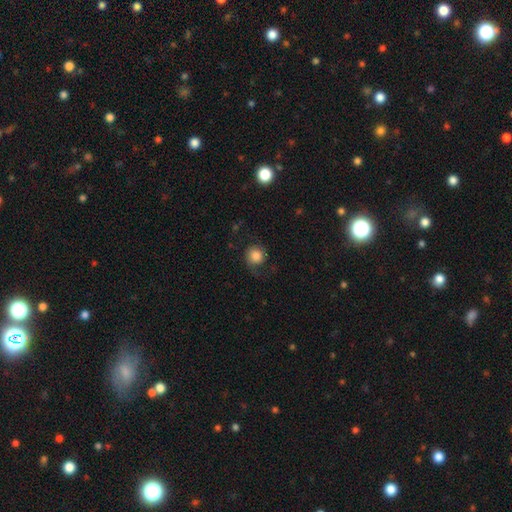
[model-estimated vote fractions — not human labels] Morphology: type=smooth (75%); roundness=round (83%); merging=none (60%).